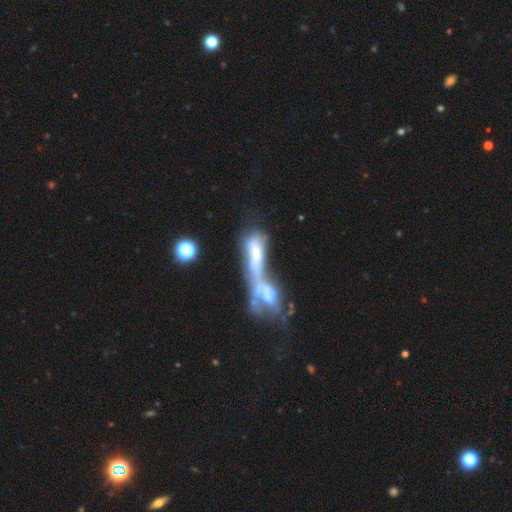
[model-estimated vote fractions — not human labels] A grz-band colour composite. It shows a featured or disk galaxy (50%). Merging: merger (73%).